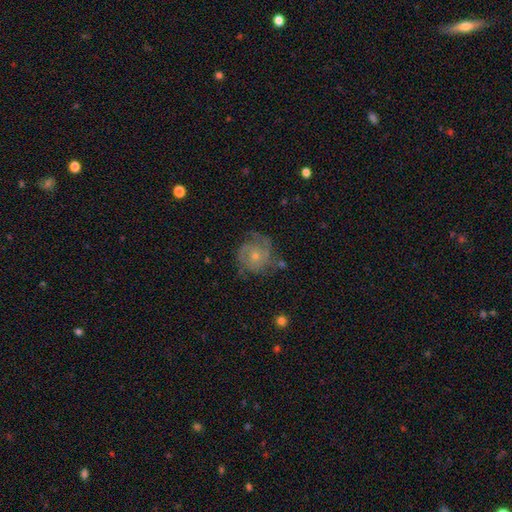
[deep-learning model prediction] Smooth or featured? Predicted: featured or disk (p=0.71). Edge-on disk? Predicted: no (p=0.98). Bar? Predicted: no (p=0.81). Spiral arms? Predicted: yes (p=0.87). Spiral winding? Predicted: tight (p=0.53). Spiral arm count? Predicted: can't tell (p=0.32). Bulge size? Predicted: small (p=0.66). Merging? Predicted: none (p=0.60).